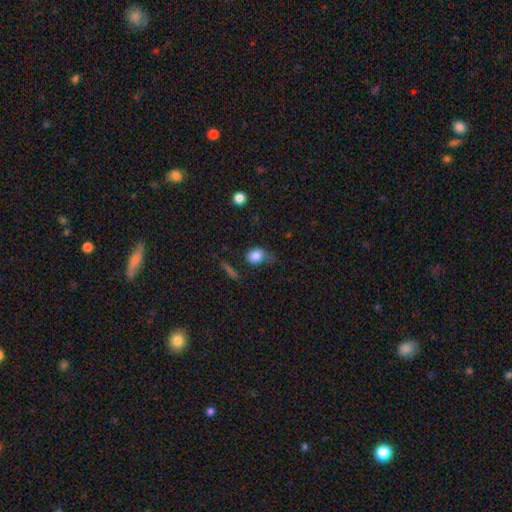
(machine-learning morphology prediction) smooth_or_featured: smooth (p=0.83) [alt: star or artifact p=0.10]
how_rounded: in between (p=0.50) [alt: round p=0.48]
merging: none (p=0.43) [alt: minor disturbance p=0.34]